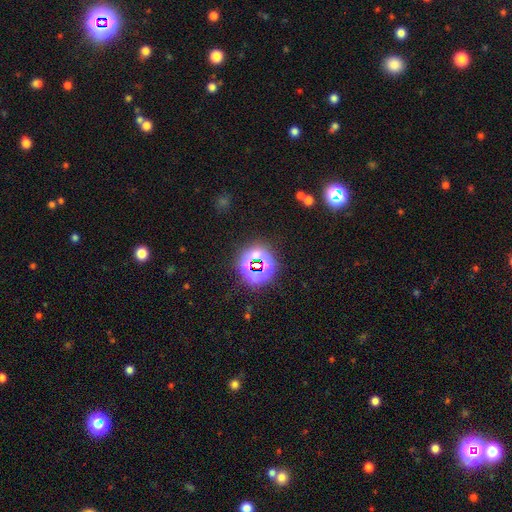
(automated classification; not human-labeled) Smooth or featured: star or artifact — 73% (smooth — 19%)